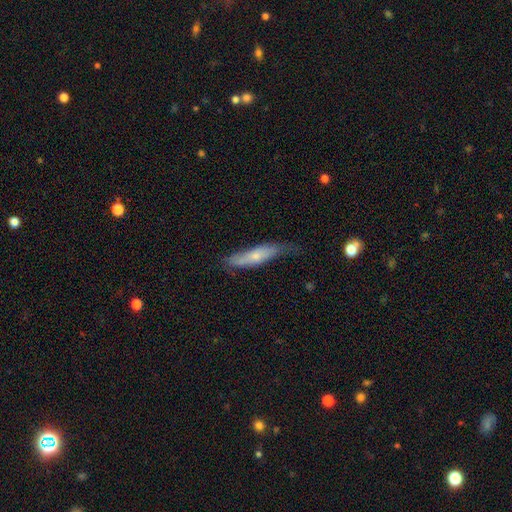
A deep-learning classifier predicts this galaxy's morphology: Smooth or featured?
  - smooth: 58% *
  - featured or disk: 35%
  - star or artifact: 6%
How rounded?
  - cigar-shaped: 73% *
  - in between: 25%
  - round: 2%
Merging?
  - none: 52% *
  - minor disturbance: 34%
  - major disturbance: 12%
  - merger: 2%